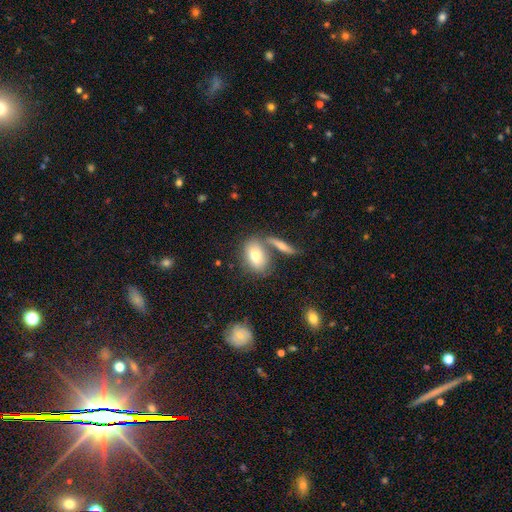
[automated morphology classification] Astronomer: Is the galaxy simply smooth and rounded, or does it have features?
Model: smooth — 71%.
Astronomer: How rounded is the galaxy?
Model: in between — 79%.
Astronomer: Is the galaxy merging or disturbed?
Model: none — 52% (runner-up: merger, 29%).